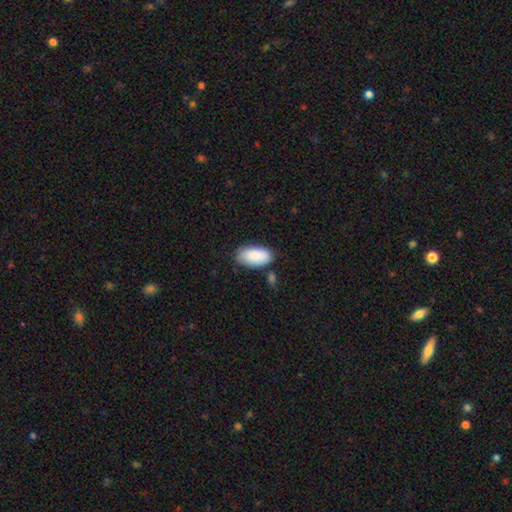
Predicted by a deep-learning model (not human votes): The model was most divided on "merging": none: 73%, minor disturbance: 17%, merger: 6%, major disturbance: 4%. More confident: how rounded — in between (95%); smooth or featured — smooth (88%).